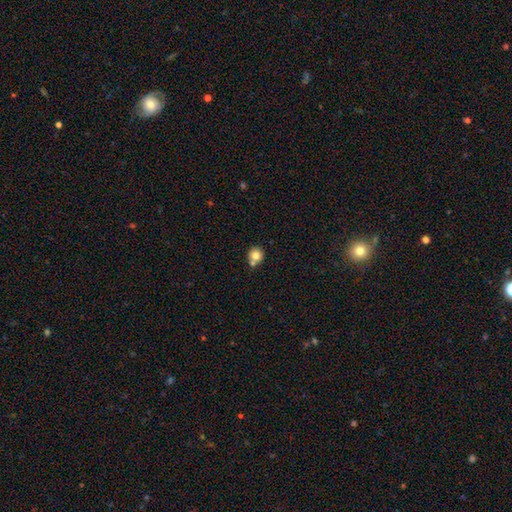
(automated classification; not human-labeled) smooth_or_featured: smooth (p=0.79) [alt: star or artifact p=0.11]
how_rounded: round (p=0.89) [alt: in between p=0.10]
merging: none (p=0.59) [alt: merger p=0.28]